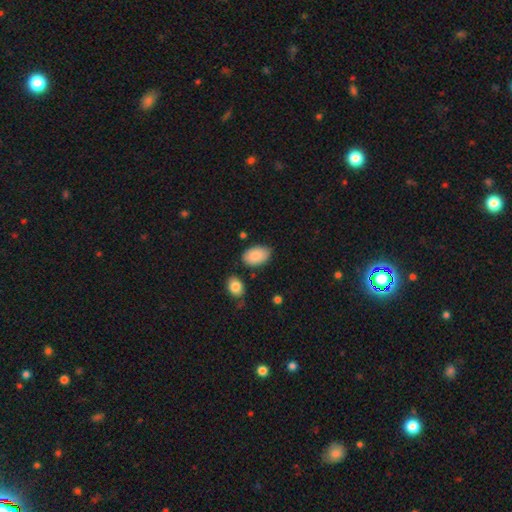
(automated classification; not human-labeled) Smooth or featured? smooth (89%)
How rounded? in between (93%)
Merging? none (79%)